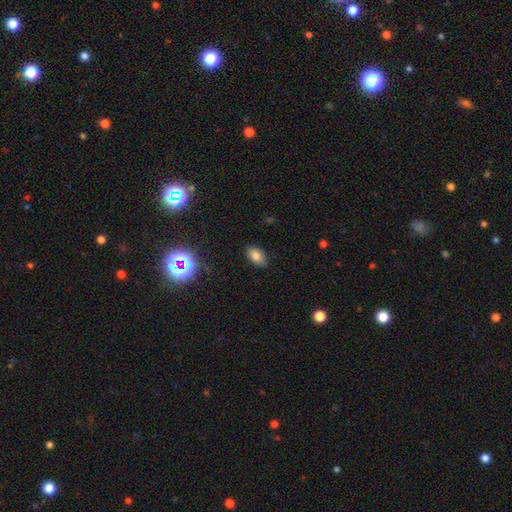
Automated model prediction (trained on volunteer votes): Smooth or featured? Predicted: smooth (p=0.79). How rounded? Predicted: in between (p=0.91). Merging? Predicted: none (p=0.86).